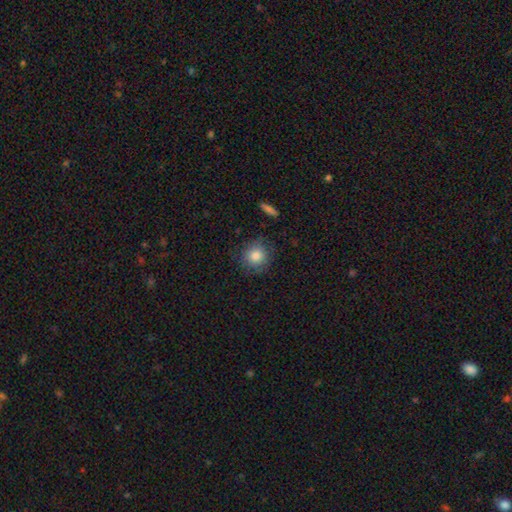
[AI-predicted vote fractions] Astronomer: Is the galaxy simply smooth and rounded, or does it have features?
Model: smooth — 83%.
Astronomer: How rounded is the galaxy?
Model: round — 91%.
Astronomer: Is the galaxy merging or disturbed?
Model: none — 82%.